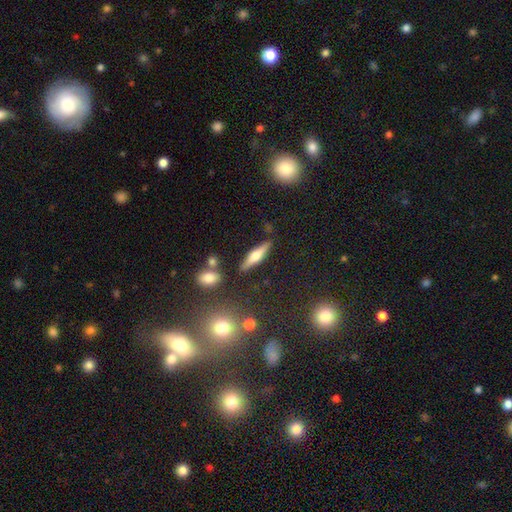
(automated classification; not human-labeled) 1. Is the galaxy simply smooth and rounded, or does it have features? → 54% featured or disk, 39% smooth, 8% star or artifact.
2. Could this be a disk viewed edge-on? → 94% yes, 6% no.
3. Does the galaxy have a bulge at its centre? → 89% rounded, 8% boxy, 3% none.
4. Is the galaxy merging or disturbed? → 84% none, 10% minor disturbance, 4% merger, 3% major disturbance.